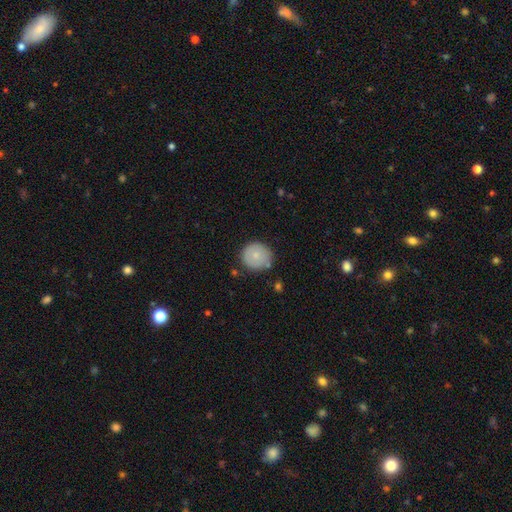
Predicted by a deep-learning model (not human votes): Morphology: type=smooth (77%); roundness=round (90%); merging=none (80%).